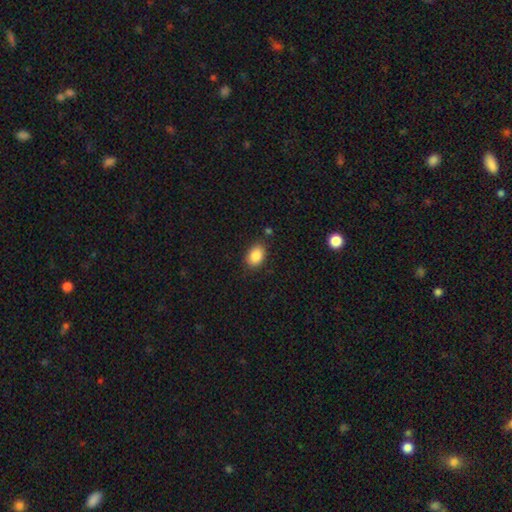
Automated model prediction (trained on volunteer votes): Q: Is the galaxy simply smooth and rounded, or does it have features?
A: smooth — 87%.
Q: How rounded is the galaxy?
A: in between — 80%.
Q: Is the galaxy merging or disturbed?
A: none — 82%.